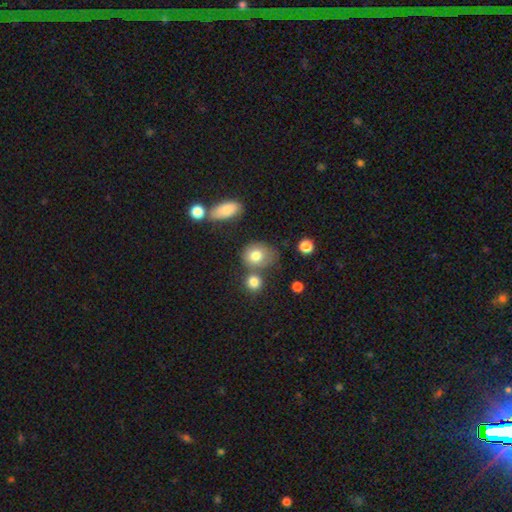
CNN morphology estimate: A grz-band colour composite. It shows a smooth galaxy with no disk features (77%) that is round (63%). Merging: none (51%).